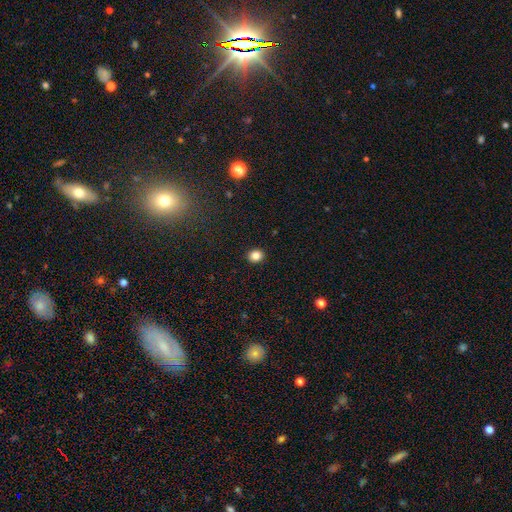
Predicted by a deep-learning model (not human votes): Q: Smooth or featured?
A: smooth (84%); runner-up: star or artifact (11%)
Q: How rounded?
A: round (71%); runner-up: in between (28%)
Q: Merging?
A: none (92%); runner-up: minor disturbance (5%)